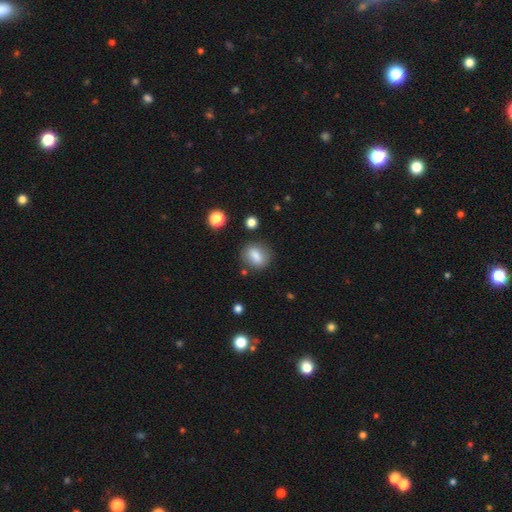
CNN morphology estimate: smooth-or-featured: smooth: 78% | featured or disk: 13% | star or artifact: 9%
  how-rounded: in between: 59% | round: 35% | cigar-shaped: 6%
  merging: none: 79% | minor disturbance: 13% | major disturbance: 4% | merger: 4%